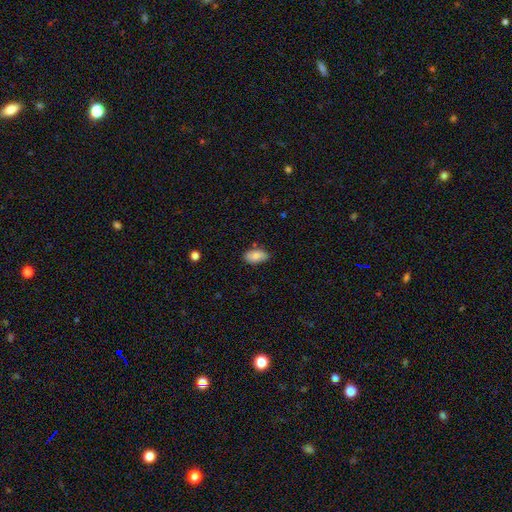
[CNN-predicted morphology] This is clearly a smooth galaxy (82%). How rounded: clearly in between (93%). Merging: likely none (76%).